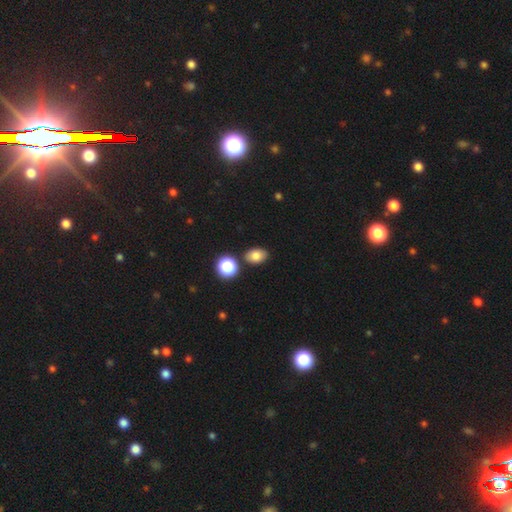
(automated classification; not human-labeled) Smooth or featured: smooth — 81% (star or artifact — 12%)
How rounded: in between — 78% (round — 21%)
Merging: none — 81% (minor disturbance — 10%)